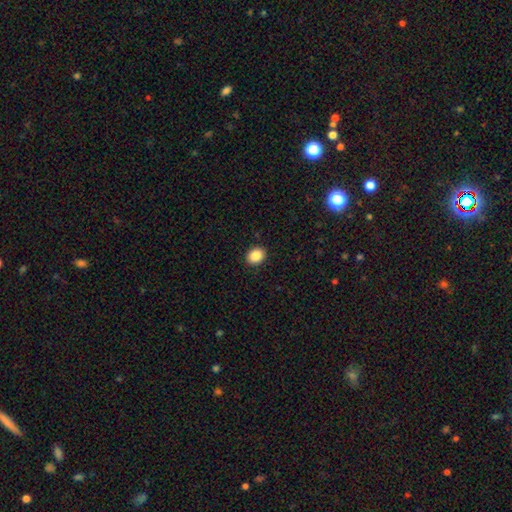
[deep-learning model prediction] This is clearly a smooth galaxy (87%). How rounded: possibly round (50%). Merging: clearly none (91%).